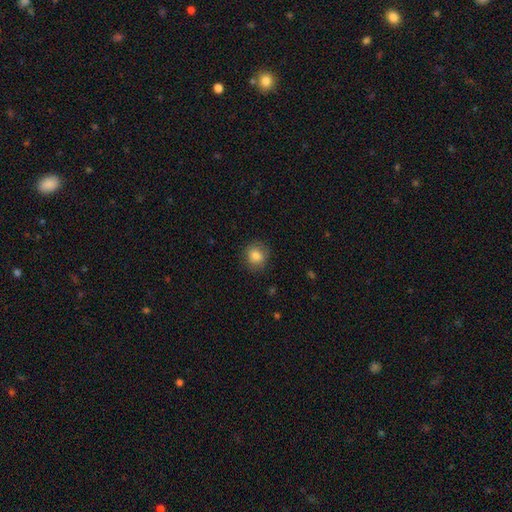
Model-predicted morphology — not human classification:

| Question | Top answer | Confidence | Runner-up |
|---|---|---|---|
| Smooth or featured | smooth | 83% | star or artifact (9%) |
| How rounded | round | 81% | in between (18%) |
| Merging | none | 84% | minor disturbance (11%) |